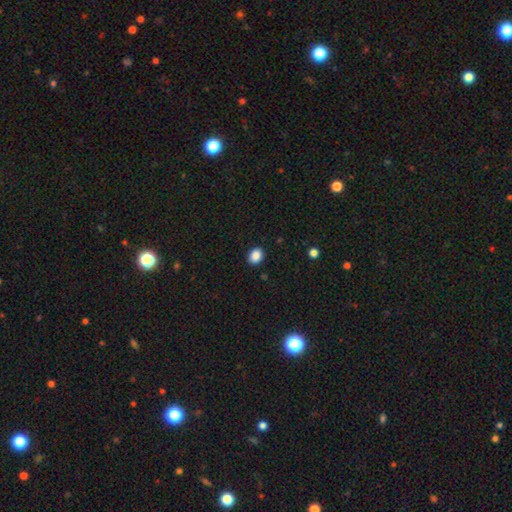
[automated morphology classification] Smooth or featured: smooth — 87% (star or artifact — 10%)
How rounded: in between — 52% (round — 47%)
Merging: none — 90% (minor disturbance — 7%)